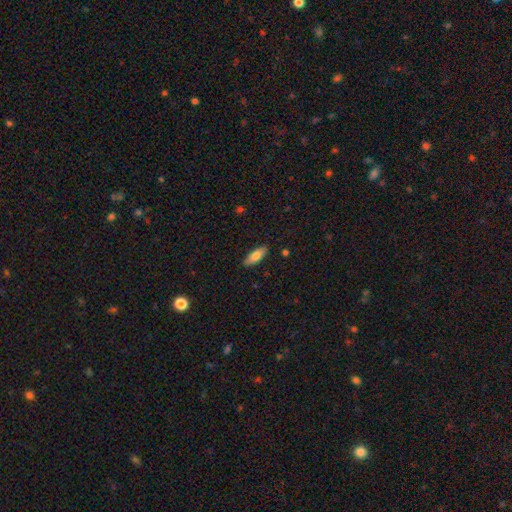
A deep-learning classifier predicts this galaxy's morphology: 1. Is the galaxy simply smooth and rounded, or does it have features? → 77% smooth, 17% featured or disk, 6% star or artifact.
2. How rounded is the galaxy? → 64% in between, 34% cigar-shaped, 2% round.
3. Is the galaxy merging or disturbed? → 88% none, 9% minor disturbance, 2% major disturbance, 1% merger.